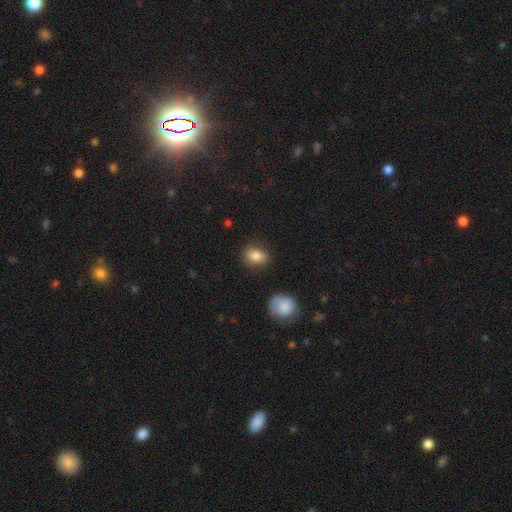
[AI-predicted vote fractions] Smooth or featured?
  - smooth: 83% *
  - star or artifact: 9%
  - featured or disk: 8%
How rounded?
  - in between: 65% *
  - round: 33%
  - cigar-shaped: 2%
Merging?
  - none: 78% *
  - minor disturbance: 16%
  - major disturbance: 4%
  - merger: 2%